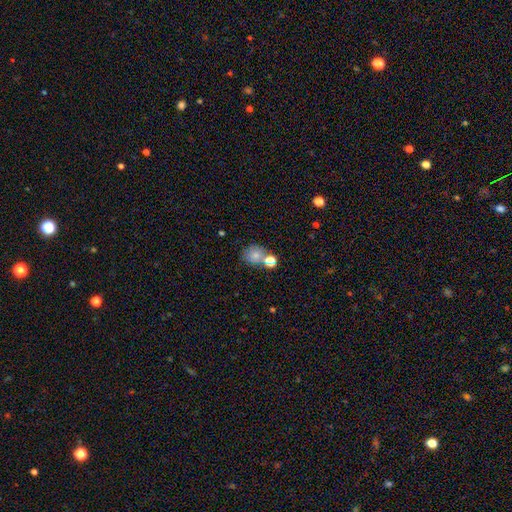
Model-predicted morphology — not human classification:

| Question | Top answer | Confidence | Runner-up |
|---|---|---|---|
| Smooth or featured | smooth | 75% | featured or disk (13%) |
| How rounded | round | 74% | in between (25%) |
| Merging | none | 51% | merger (32%) |